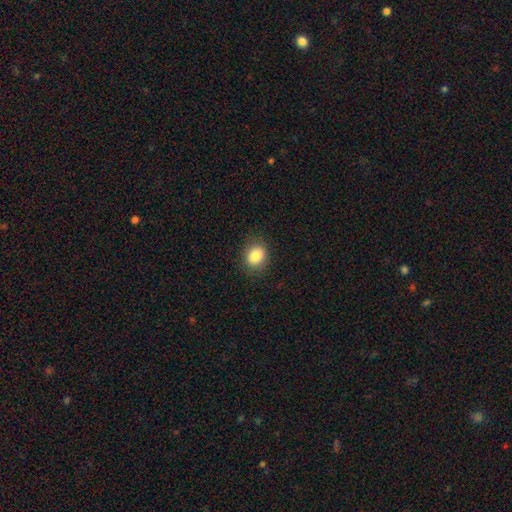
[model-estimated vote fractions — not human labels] A smooth galaxy with no disk features (85%) that is round (60%).

Vote fractions:
- Smooth or featured? smooth: 85% / star or artifact: 9% / featured or disk: 5%
- How rounded? round: 60% / in between: 39% / cigar-shaped: 1%
- Merging? none: 87% / minor disturbance: 9% / major disturbance: 3% / merger: 1%